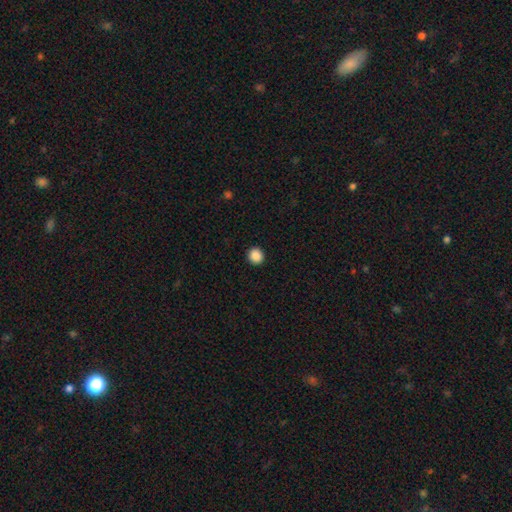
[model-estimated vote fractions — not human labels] Smooth or featured? Predicted: smooth (p=0.88). How rounded? Predicted: round (p=0.92). Merging? Predicted: none (p=0.93).